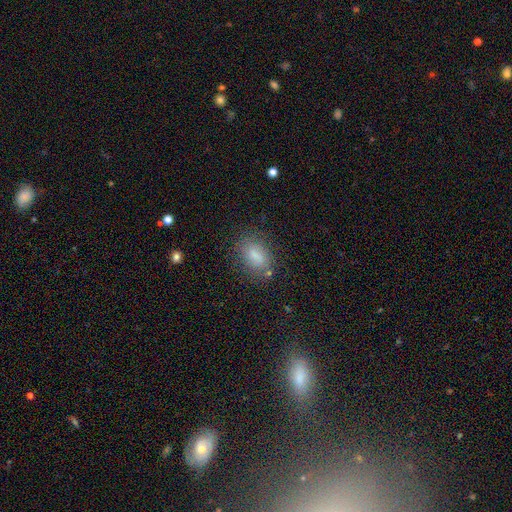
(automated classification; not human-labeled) Smooth or featured? smooth (80%)
How rounded? in between (86%)
Merging? none (75%)